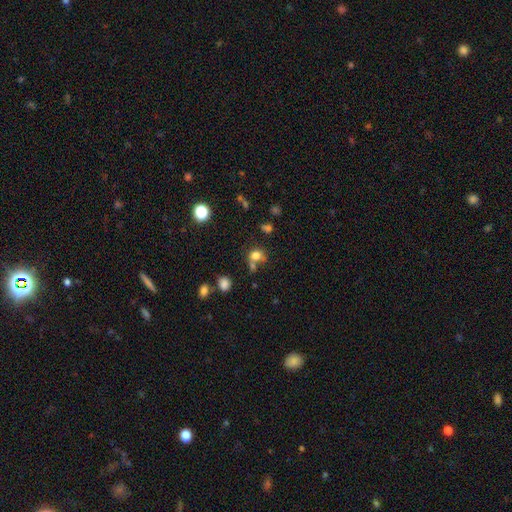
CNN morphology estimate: smooth 76%, star or artifact 15%, featured or disk 9%. Down the decision tree: how rounded — round (72%); merging — none (51%).